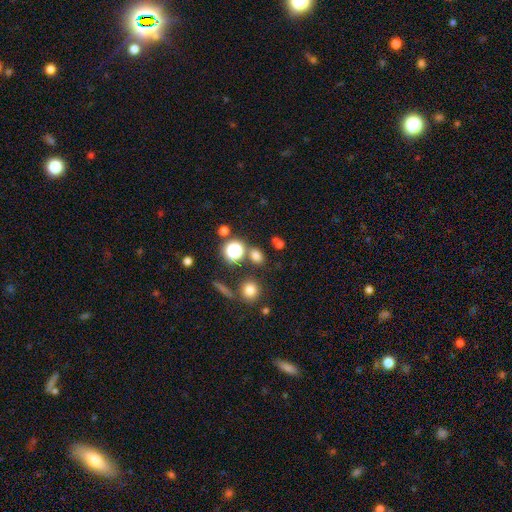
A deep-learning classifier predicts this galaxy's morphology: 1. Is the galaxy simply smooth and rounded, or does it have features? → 70% smooth, 23% star or artifact, 7% featured or disk.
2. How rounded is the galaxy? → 55% round, 43% in between, 2% cigar-shaped.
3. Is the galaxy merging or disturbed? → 75% none, 12% merger, 9% minor disturbance, 4% major disturbance.